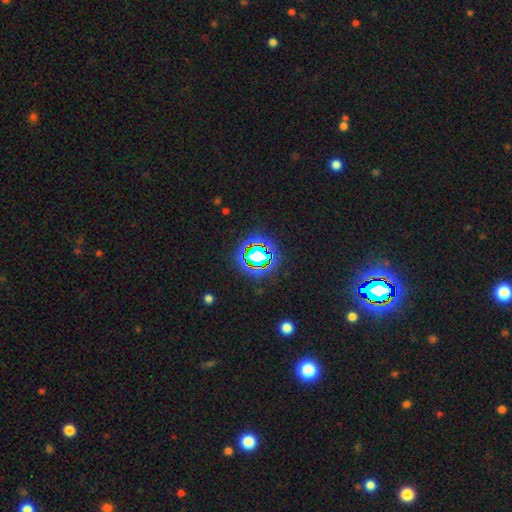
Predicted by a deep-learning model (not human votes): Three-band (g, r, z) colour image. It shows a star or artifact, not a galaxy (78%).